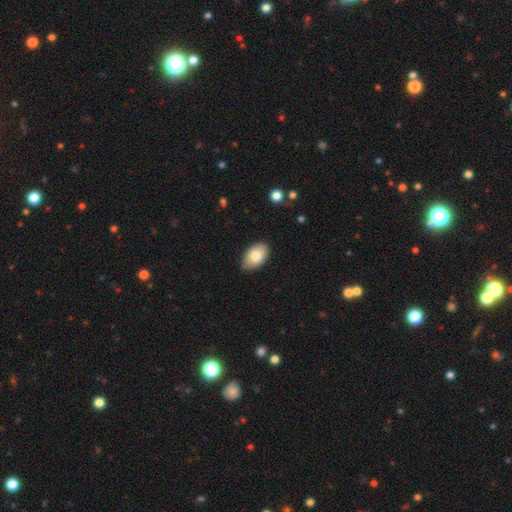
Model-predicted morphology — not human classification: Smooth or featured: smooth — 81% (featured or disk — 12%)
How rounded: in between — 93% (round — 6%)
Merging: none — 82% (minor disturbance — 15%)